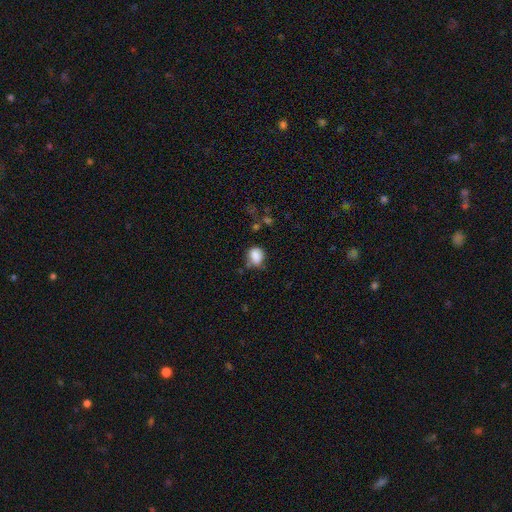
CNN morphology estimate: Smooth or featured? smooth (84%)
How rounded? round (51%)
Merging? none (60%)